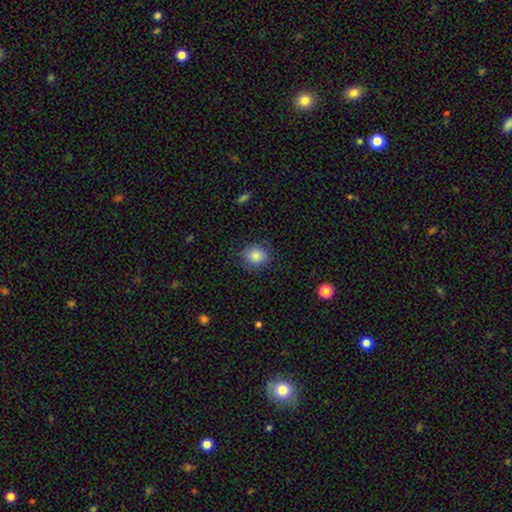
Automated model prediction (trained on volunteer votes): This is clearly a smooth galaxy (85%). How rounded: likely round (66%). Merging: clearly none (81%).